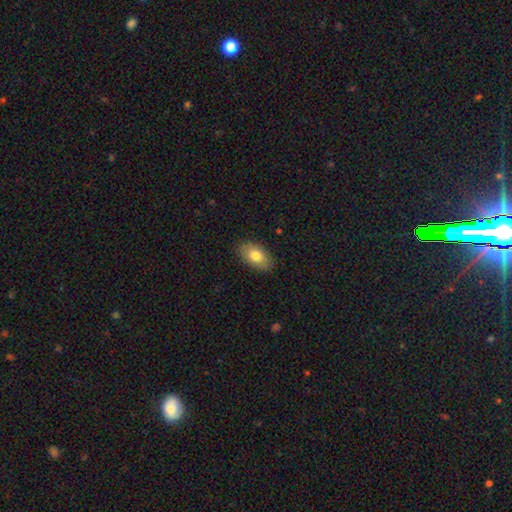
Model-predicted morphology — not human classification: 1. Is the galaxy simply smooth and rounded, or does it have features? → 80% smooth, 13% featured or disk, 7% star or artifact.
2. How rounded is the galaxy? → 92% in between, 6% round, 2% cigar-shaped.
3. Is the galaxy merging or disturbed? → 87% none, 10% minor disturbance, 2% major disturbance, 1% merger.